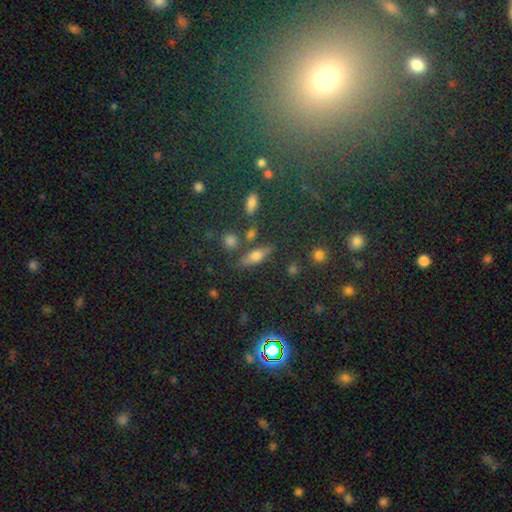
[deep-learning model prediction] This is possibly a smooth galaxy (59%). How rounded: possibly in between (55%). Merging: likely none (74%).